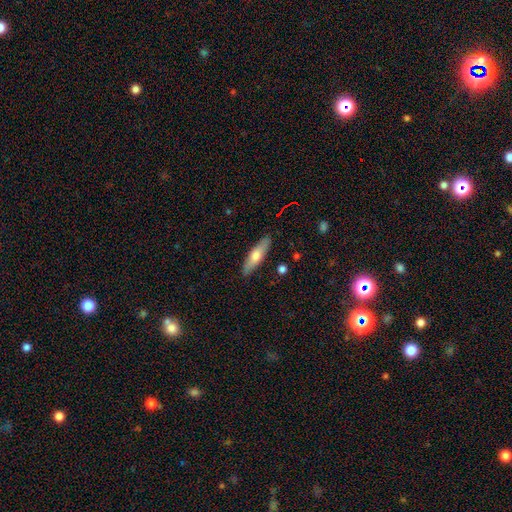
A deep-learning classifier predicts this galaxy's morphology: This appears to be a smooth galaxy with no disk features (61%) that is cigar-shaped (64%). Merging: none (88%).